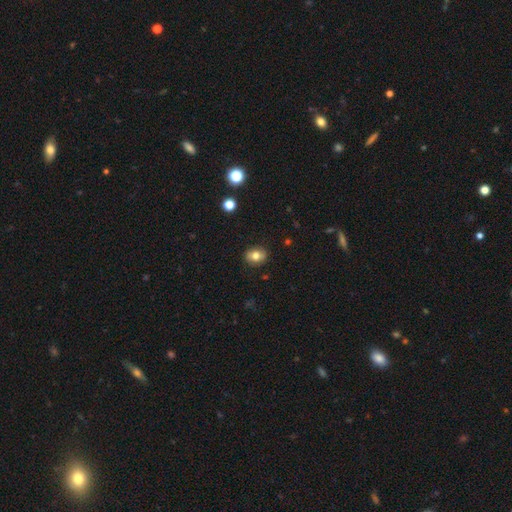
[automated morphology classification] Smooth or featured?
  - smooth: 78% *
  - featured or disk: 12%
  - star or artifact: 10%
How rounded?
  - round: 50% *
  - in between: 49%
  - cigar-shaped: 1%
Merging?
  - none: 87% *
  - minor disturbance: 10%
  - major disturbance: 2%
  - merger: 1%